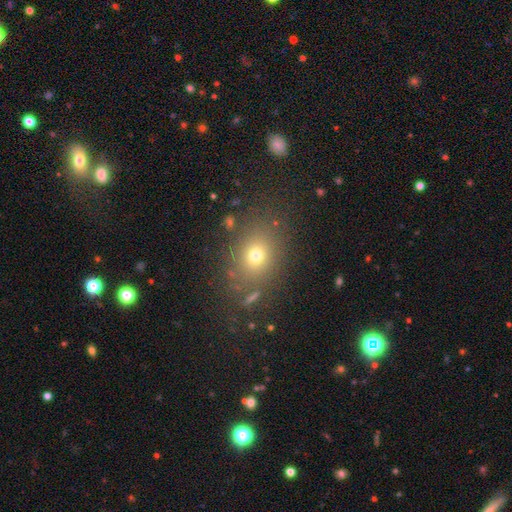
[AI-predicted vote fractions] smooth-or-featured: smooth: 70% | star or artifact: 18% | featured or disk: 12%
  how-rounded: round: 53% | in between: 46% | cigar-shaped: 1%
  merging: none: 80% | minor disturbance: 11% | major disturbance: 6% | merger: 4%